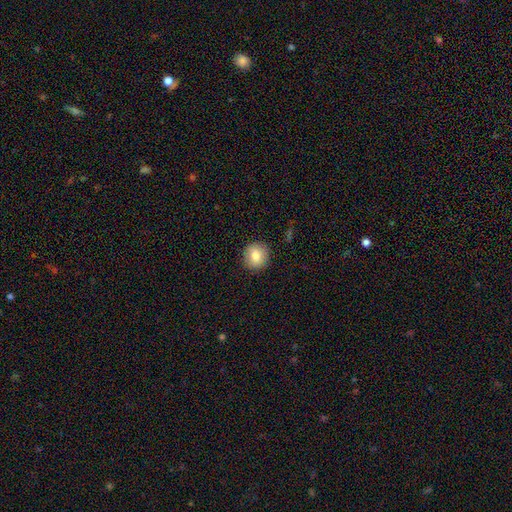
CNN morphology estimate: type=smooth (80%); roundness=round (89%); merging=none (90%).